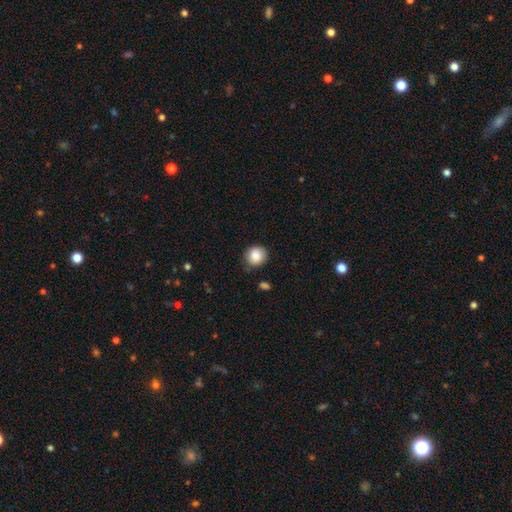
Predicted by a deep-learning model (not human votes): This appears to be a smooth galaxy with no disk features (87%) that is round (86%). Merging: none (84%).